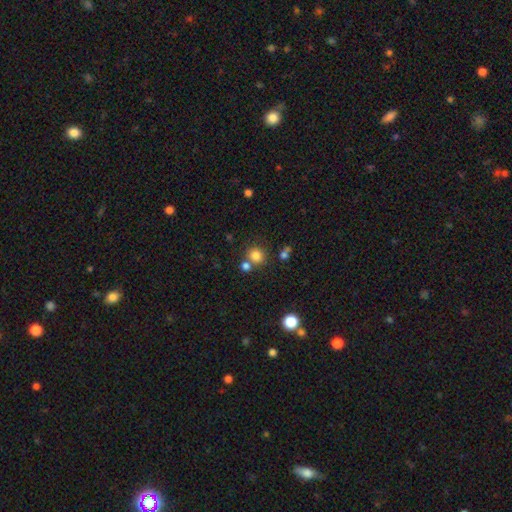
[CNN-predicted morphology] smooth 80%, star or artifact 14%, featured or disk 7%. Down the decision tree: how rounded — round (85%); merging — none (65%).